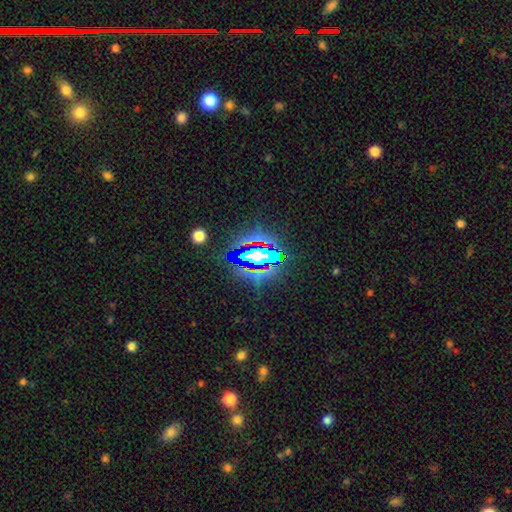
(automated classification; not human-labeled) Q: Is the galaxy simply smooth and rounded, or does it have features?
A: star or artifact — 66%.